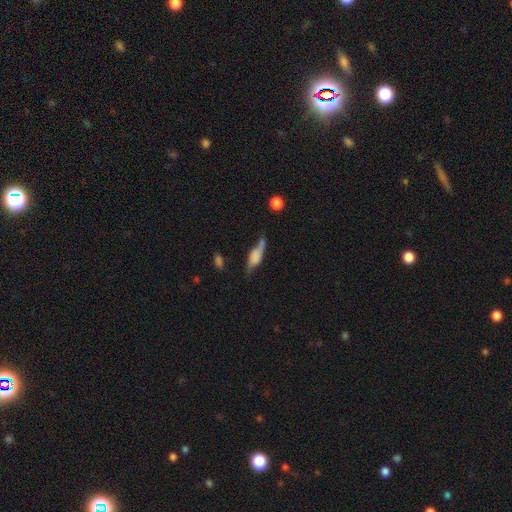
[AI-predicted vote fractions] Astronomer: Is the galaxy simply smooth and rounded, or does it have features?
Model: smooth — 47% (runner-up: featured or disk, 45%).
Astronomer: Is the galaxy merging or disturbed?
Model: none — 45% (runner-up: minor disturbance, 32%).